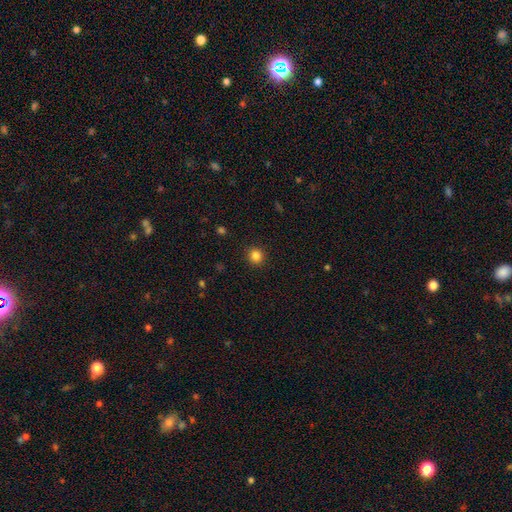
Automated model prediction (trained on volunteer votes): smooth 84%, star or artifact 12%, featured or disk 4%. Down the decision tree: how rounded — round (90%); merging — none (92%).